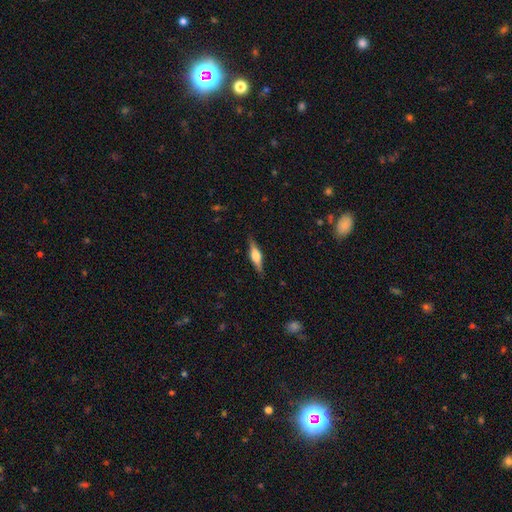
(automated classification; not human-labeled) Overall: featured or disk (62%; smooth 32%). Edge-on disk: yes (96%). Edge-on bulge: rounded (82%). Merging: none (86%).